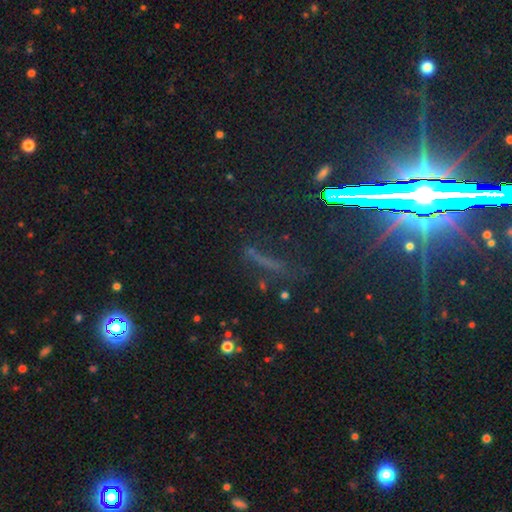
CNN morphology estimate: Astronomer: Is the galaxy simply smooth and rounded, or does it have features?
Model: star or artifact — 50% (runner-up: smooth, 32%).